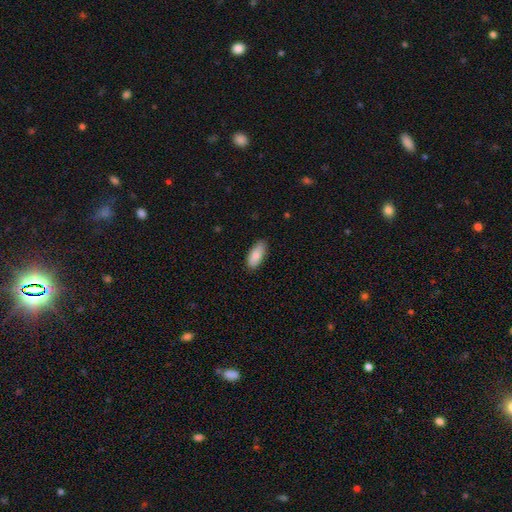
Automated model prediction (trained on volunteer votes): Q: Smooth or featured?
A: smooth (88%); runner-up: featured or disk (7%)
Q: How rounded?
A: in between (85%); runner-up: cigar-shaped (13%)
Q: Merging?
A: none (84%); runner-up: minor disturbance (13%)